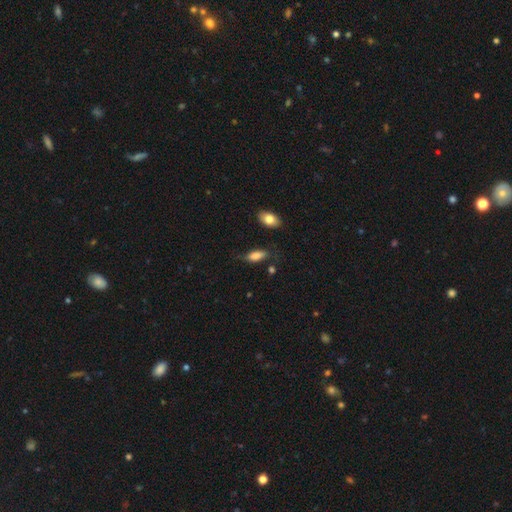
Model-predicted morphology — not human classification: This is likely a smooth galaxy (80%). How rounded: likely in between (80%). Merging: likely none (65%).